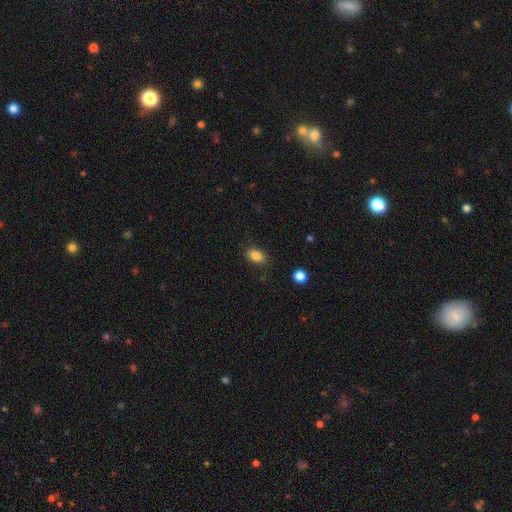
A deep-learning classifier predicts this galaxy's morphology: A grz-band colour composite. It shows a smooth galaxy with no disk features (85%) that is in between round and cigar-shaped (84%). Merging: none (83%).